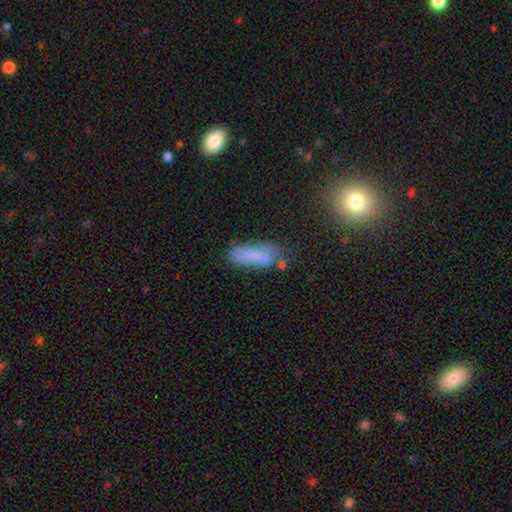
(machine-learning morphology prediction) A smooth galaxy with no disk features (68%) that is in between round and cigar-shaped (55%).

Vote fractions:
- Smooth or featured? smooth: 68% / featured or disk: 22% / star or artifact: 10%
- How rounded? in between: 55% / cigar-shaped: 43% / round: 2%
- Merging? none: 50% / minor disturbance: 28% / major disturbance: 13% / merger: 9%